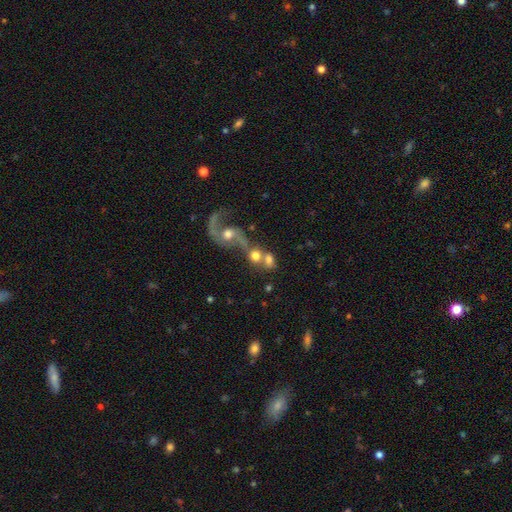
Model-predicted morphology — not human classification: This is possibly a smooth galaxy (58%). How rounded: likely round (66%). Merging: possibly merger (57%).